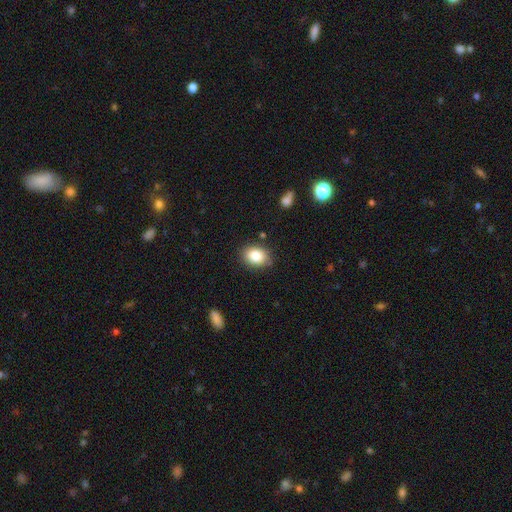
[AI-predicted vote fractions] The model was most divided on "how rounded": in between: 63%, round: 36%, cigar-shaped: 1%. More confident: smooth or featured — smooth (85%); merging — none (84%).